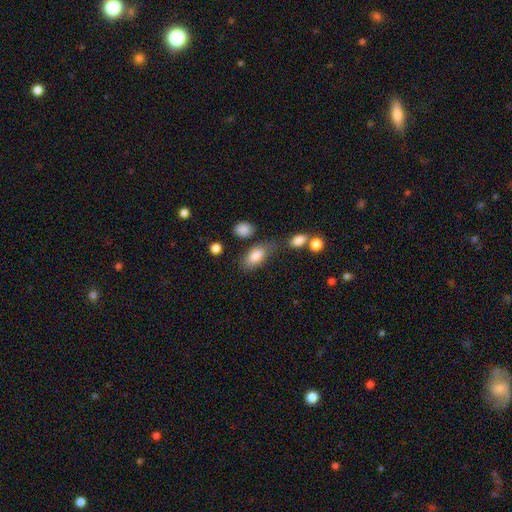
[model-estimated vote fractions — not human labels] Overall: smooth (84%). How rounded: in between (90%). Merging: none (61%; minor disturbance 21%).